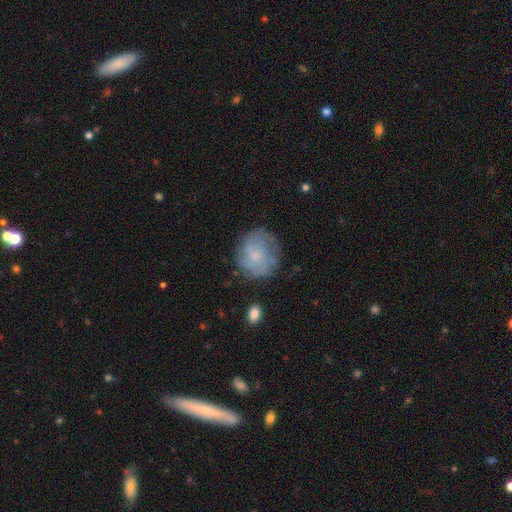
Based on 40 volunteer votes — A smooth galaxy with no disk features (60%) that is round (71%). Merging: none (77%).